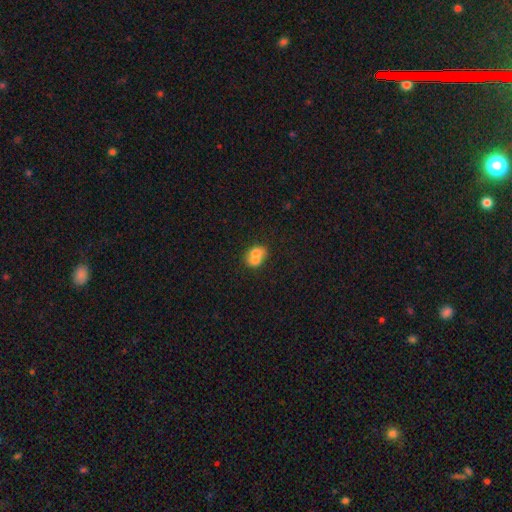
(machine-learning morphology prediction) smooth 66%, featured or disk 25%, star or artifact 10%. Down the decision tree: how rounded — in between (53%); merging — merger (60%).